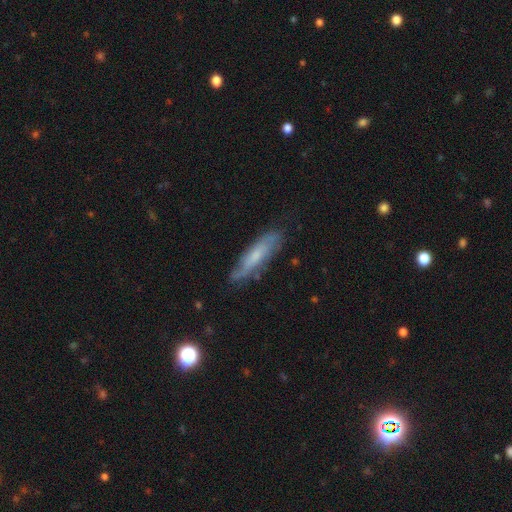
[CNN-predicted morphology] A featured or disk galaxy (53%).

Vote fractions:
- Smooth or featured? featured or disk: 53% / smooth: 39% / star or artifact: 8%
- Edge-on disk? no: 60% / yes: 40%
- Merging? none: 72% / minor disturbance: 21% / major disturbance: 5% / merger: 2%